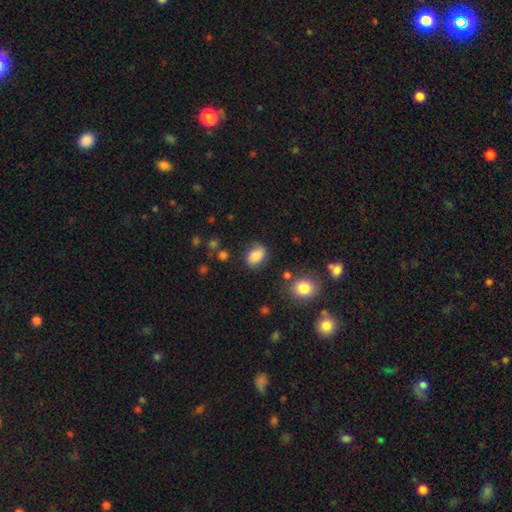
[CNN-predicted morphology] The model was most divided on "how rounded": in between: 73%, round: 26%, cigar-shaped: 1%. More confident: smooth or featured — smooth (81%); merging — none (77%).